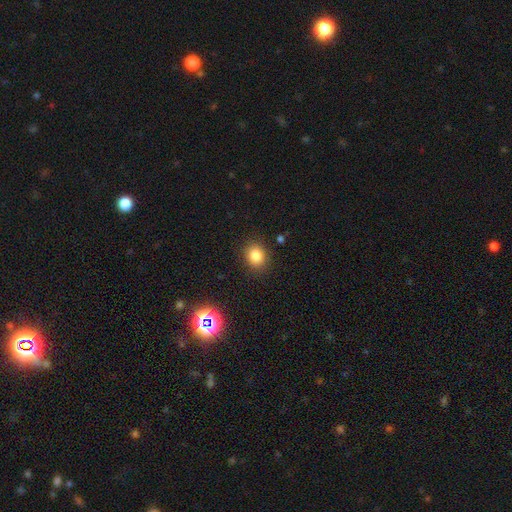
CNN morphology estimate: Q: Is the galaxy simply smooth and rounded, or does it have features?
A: smooth — 81%.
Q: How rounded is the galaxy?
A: round — 66%.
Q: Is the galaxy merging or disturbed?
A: none — 88%.